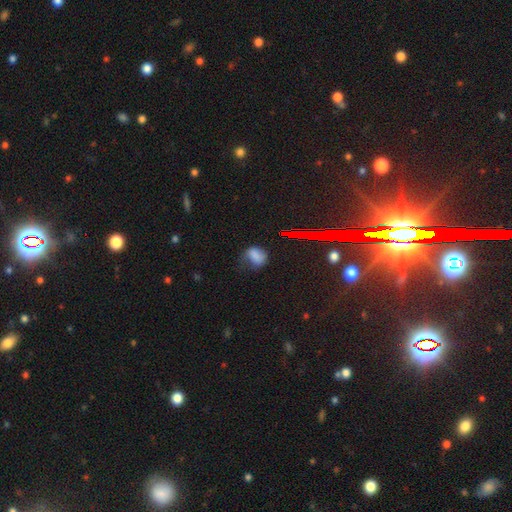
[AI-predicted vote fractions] This is likely a smooth galaxy (74%). How rounded: possibly in between (59%). Merging: marginally none (43%).